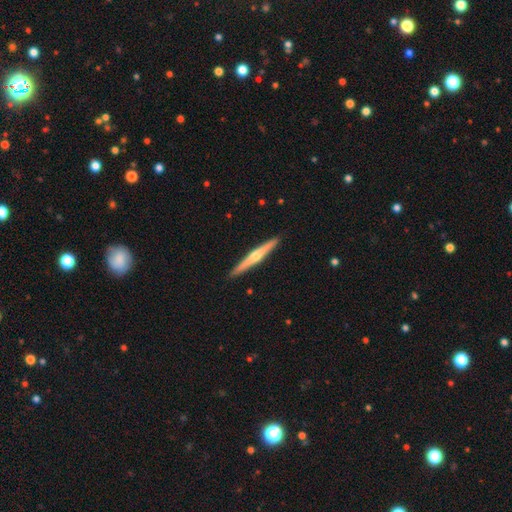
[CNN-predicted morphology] This appears to be a featured or disk galaxy (67%) viewed edge-on (98%) with a rounded central bulge (86%). Merging: none (92%).